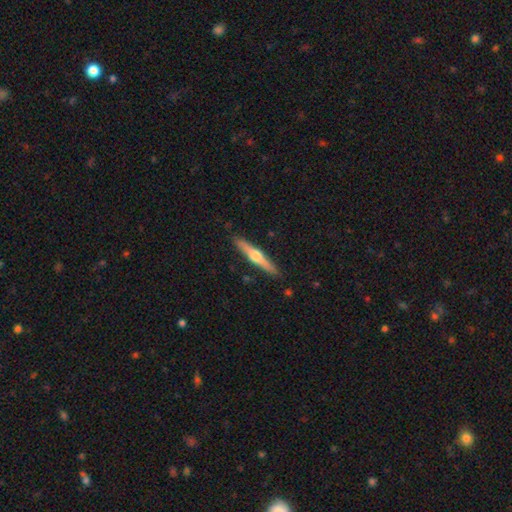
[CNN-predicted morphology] type=featured or disk (65%); edge-on=yes (97%); edge-on bulge=rounded (93%); merging=none (90%).